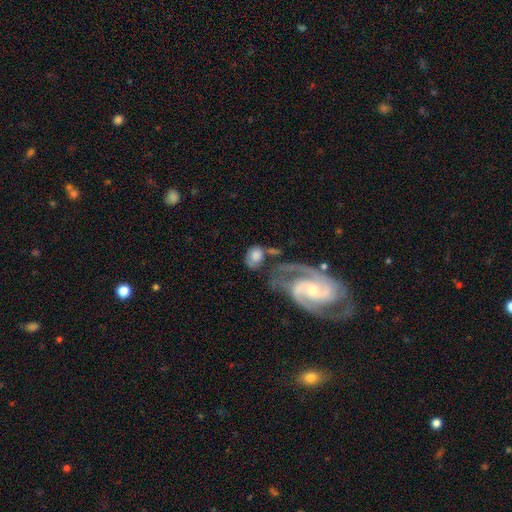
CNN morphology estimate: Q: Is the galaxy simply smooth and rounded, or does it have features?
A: smooth — 59%.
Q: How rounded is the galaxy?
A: in between — 60%.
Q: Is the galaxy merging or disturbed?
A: none — 40%.